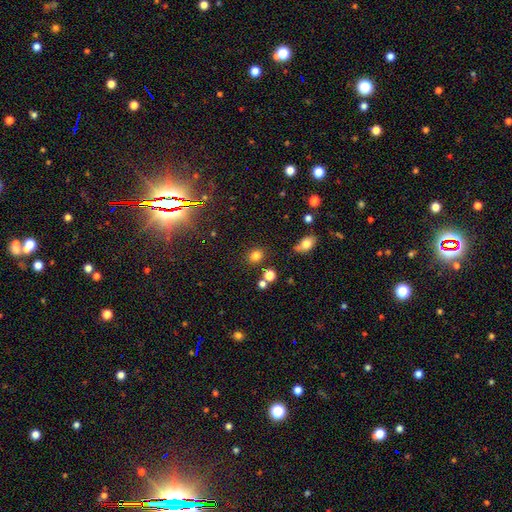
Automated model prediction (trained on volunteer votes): A smooth galaxy with no disk features (80%) that is round (63%). Merging: none (81%).